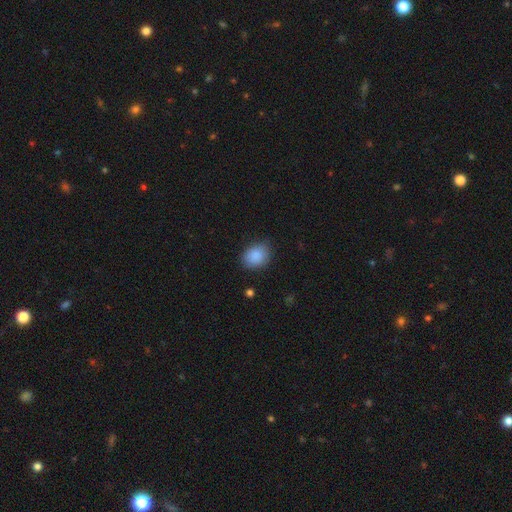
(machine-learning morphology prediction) Smooth or featured?
  - smooth: 88% *
  - star or artifact: 8%
  - featured or disk: 4%
How rounded?
  - in between: 59% *
  - round: 40%
  - cigar-shaped: 1%
Merging?
  - none: 80% *
  - minor disturbance: 15%
  - major disturbance: 3%
  - merger: 1%